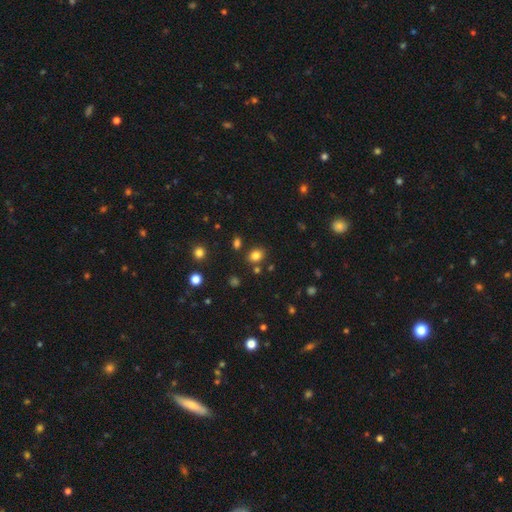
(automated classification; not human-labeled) smooth-or-featured: smooth: 82% | star or artifact: 13% | featured or disk: 5%
  how-rounded: in between: 53% | round: 46% | cigar-shaped: 1%
  merging: none: 82% | minor disturbance: 10% | merger: 5% | major disturbance: 3%